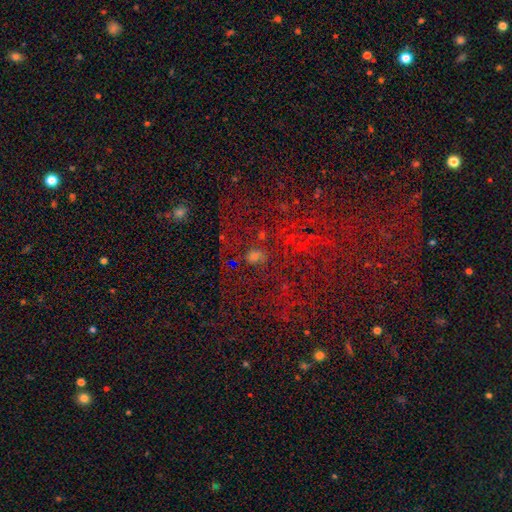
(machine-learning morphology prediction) Q: Smooth or featured?
A: star or artifact (53%); runner-up: smooth (25%)